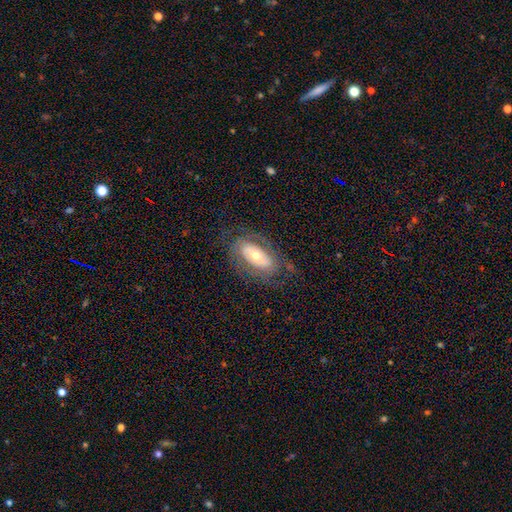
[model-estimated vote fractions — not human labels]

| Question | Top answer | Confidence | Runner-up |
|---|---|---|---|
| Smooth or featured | featured or disk | 59% | smooth (34%) |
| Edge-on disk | no | 89% | yes (11%) |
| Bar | no | 66% | weak (19%) |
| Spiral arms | no | 51% | yes (49%) |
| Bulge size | moderate | 58% | small (33%) |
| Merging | none | 71% | minor disturbance (16%) |